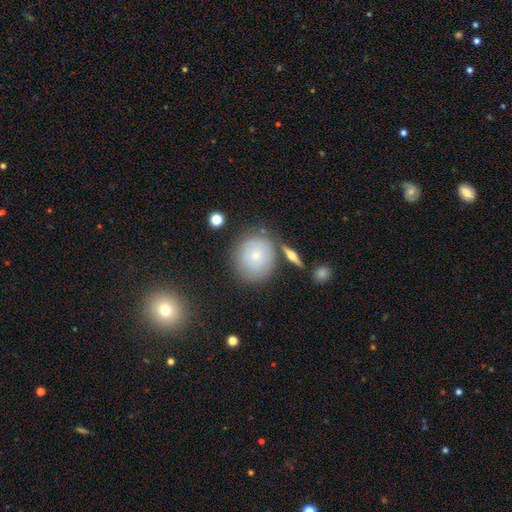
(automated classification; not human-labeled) smooth_or_featured: smooth (p=0.72) [alt: featured or disk p=0.19]
how_rounded: round (p=0.85) [alt: in between p=0.14]
merging: none (p=0.73) [alt: minor disturbance p=0.16]